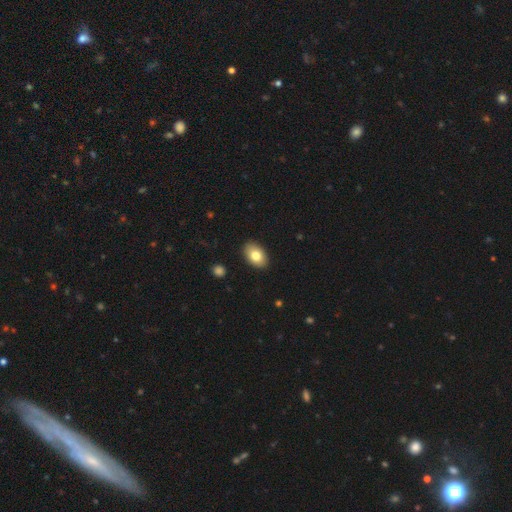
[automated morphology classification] This appears to be a smooth galaxy with no disk features (80%) that is in between round and cigar-shaped (89%). Merging: none (89%).